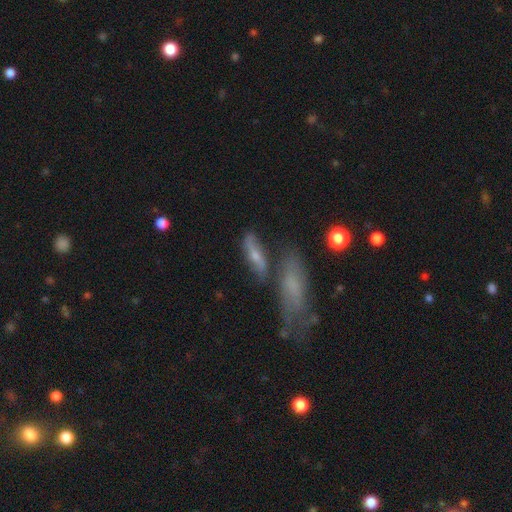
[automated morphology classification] featured or disk 45%, smooth 43%, star or artifact 12%. Down the decision tree: merging — none (53%).